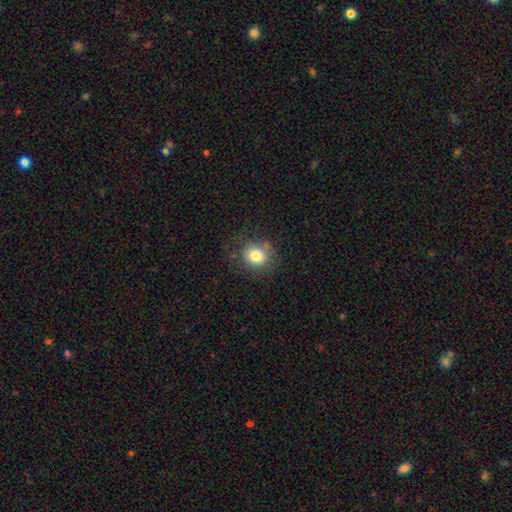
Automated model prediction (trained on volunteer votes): A smooth galaxy with no disk features (78%) that is round (80%). Merging: none (73%).